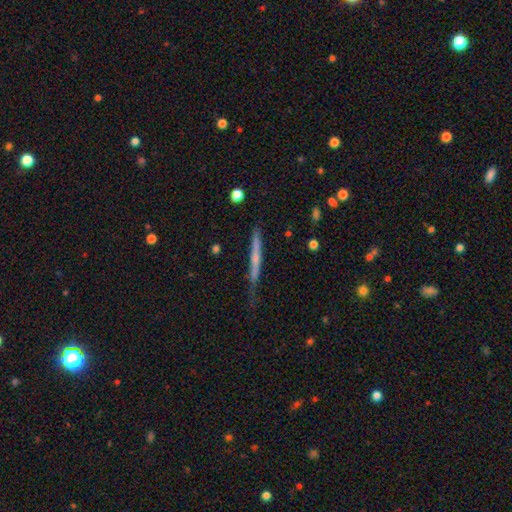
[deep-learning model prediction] Morphology: type=featured or disk (55%); edge-on=yes (95%); edge-on bulge=none (48%); merging=none (66%).